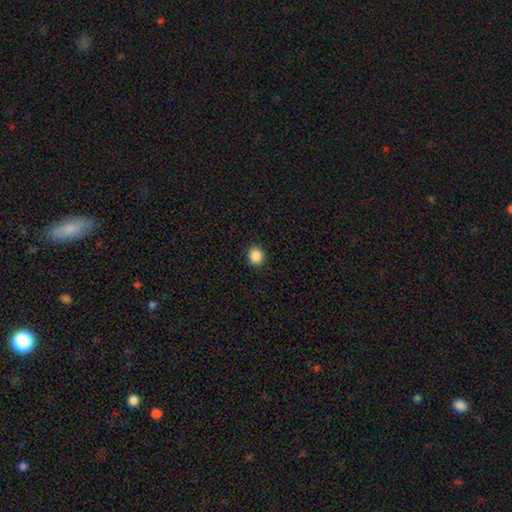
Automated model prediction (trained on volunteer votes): Smooth or featured?
  - smooth: 88% *
  - star or artifact: 9%
  - featured or disk: 3%
How rounded?
  - round: 79% *
  - in between: 20%
  - cigar-shaped: 1%
Merging?
  - none: 92% *
  - minor disturbance: 6%
  - major disturbance: 2%
  - merger: 1%